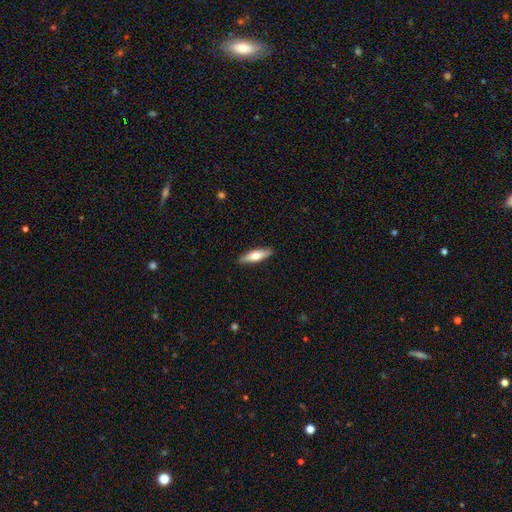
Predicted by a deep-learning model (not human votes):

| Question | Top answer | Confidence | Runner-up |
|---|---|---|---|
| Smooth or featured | smooth | 60% | featured or disk (34%) |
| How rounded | cigar-shaped | 58% | in between (39%) |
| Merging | none | 90% | minor disturbance (7%) |